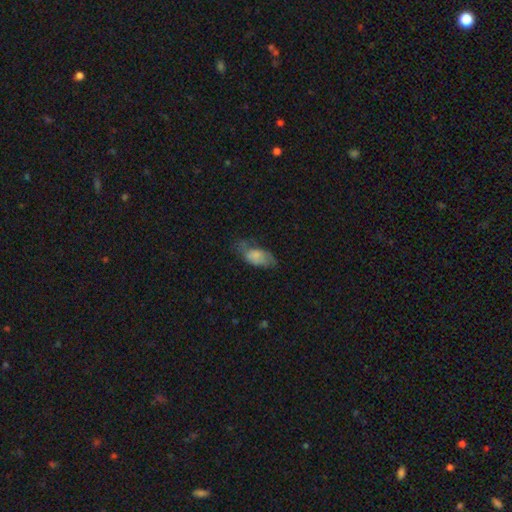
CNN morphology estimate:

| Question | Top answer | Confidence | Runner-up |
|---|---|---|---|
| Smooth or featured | smooth | 67% | featured or disk (25%) |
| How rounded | in between | 90% | cigar-shaped (6%) |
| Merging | none | 40% | minor disturbance (32%) |